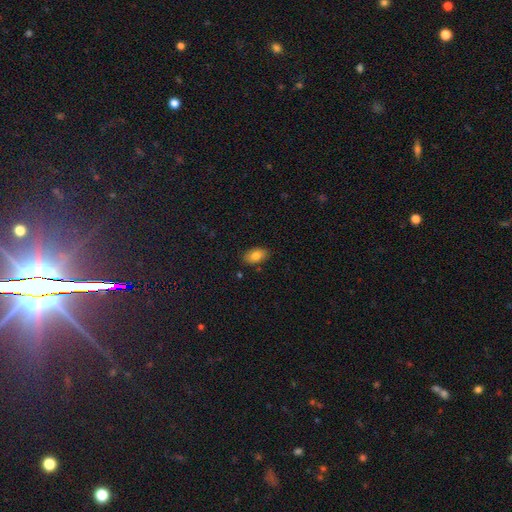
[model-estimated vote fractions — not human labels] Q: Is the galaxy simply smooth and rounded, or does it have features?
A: smooth — 81%.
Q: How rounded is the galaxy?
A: in between — 91%.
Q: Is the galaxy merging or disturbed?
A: none — 85%.